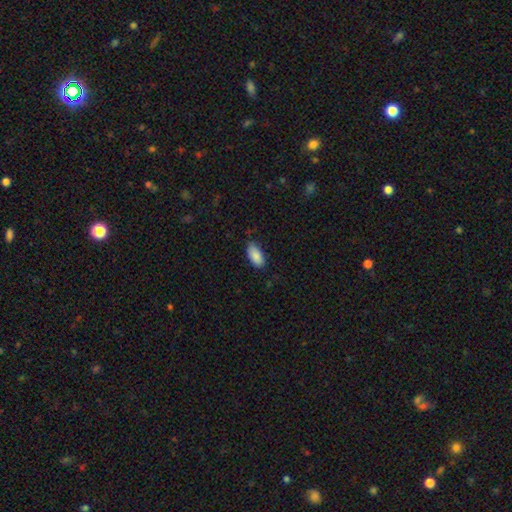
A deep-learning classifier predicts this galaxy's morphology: smooth_or_featured: smooth (p=0.88) [alt: star or artifact p=0.07]
how_rounded: in between (p=0.93) [alt: cigar-shaped p=0.05]
merging: none (p=0.75) [alt: minor disturbance p=0.21]